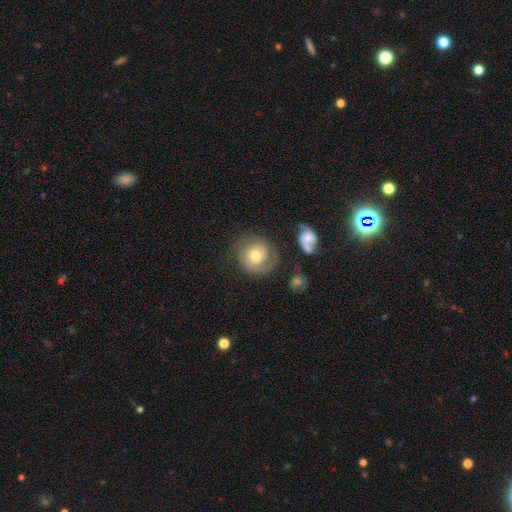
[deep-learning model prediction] Smooth or featured: featured or disk — 60% (smooth — 33%)
Edge-on disk: no — 97% (yes — 3%)
Bar: no — 77% (weak — 20%)
Spiral arms: yes — 86% (no — 14%)
Spiral winding: tight — 61% (medium — 27%)
Spiral arm count: 2 — 47% (1 — 31%)
Bulge size: moderate — 68% (small — 20%)
Merging: none — 67% (minor disturbance — 18%)